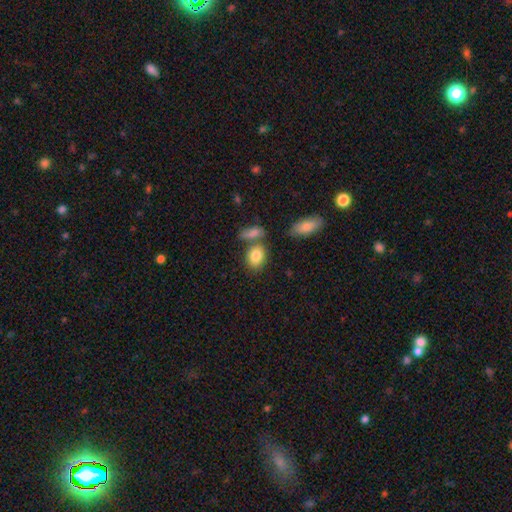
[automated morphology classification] Smooth or featured? Predicted: smooth (p=0.83). How rounded? Predicted: in between (p=0.72). Merging? Predicted: none (p=0.60).